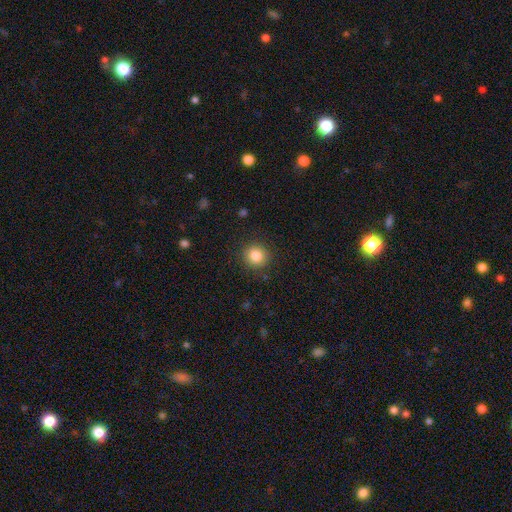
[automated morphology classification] This is clearly a smooth galaxy (84%). How rounded: clearly round (90%). Merging: clearly none (89%).